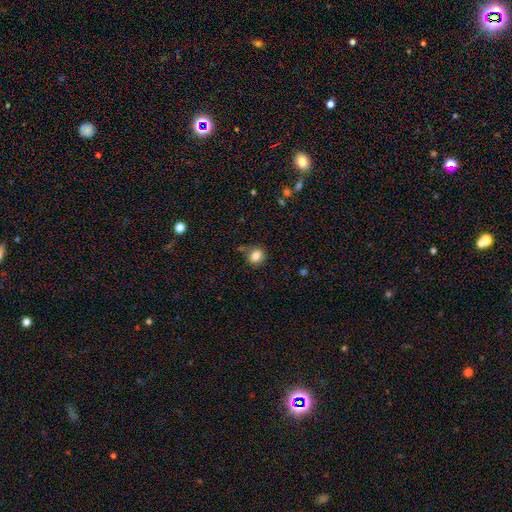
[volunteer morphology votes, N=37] A smooth galaxy with no disk features (84%) that is round (81%). Merging: none (74%).